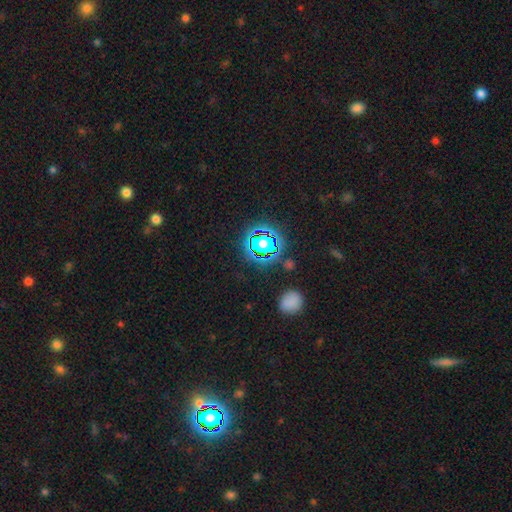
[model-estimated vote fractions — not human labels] Overall: star or artifact (76%).